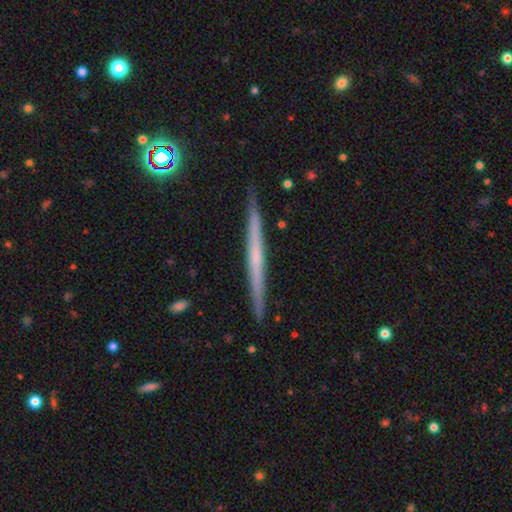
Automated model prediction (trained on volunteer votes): Morphology: type=featured or disk (58%); edge-on=yes (98%); edge-on bulge=none (84%); merging=none (91%).